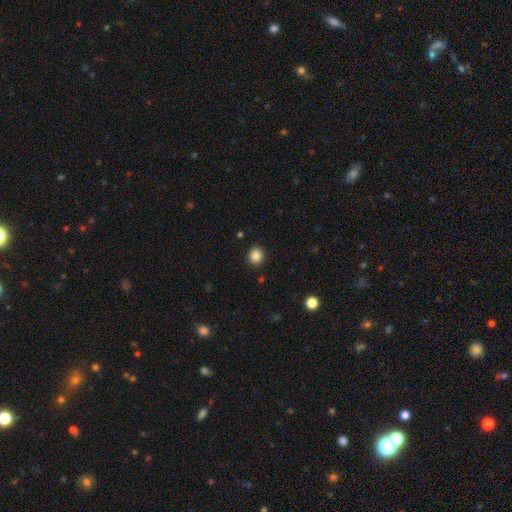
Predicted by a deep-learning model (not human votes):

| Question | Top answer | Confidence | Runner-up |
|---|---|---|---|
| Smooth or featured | smooth | 85% | star or artifact (10%) |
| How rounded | round | 81% | in between (18%) |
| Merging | none | 91% | minor disturbance (6%) |